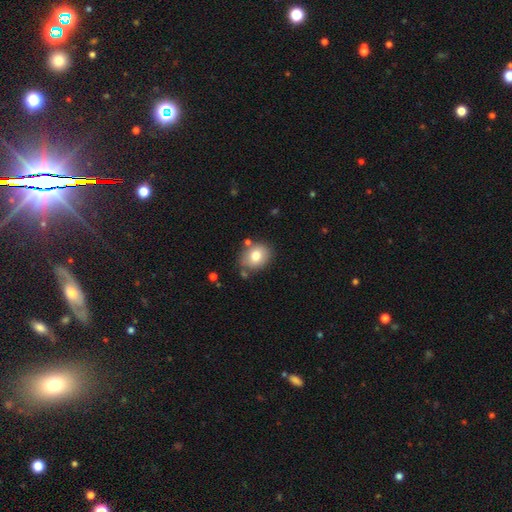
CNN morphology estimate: smooth 78%, featured or disk 13%, star or artifact 9%. Down the decision tree: how rounded — round (50%); merging — none (75%).